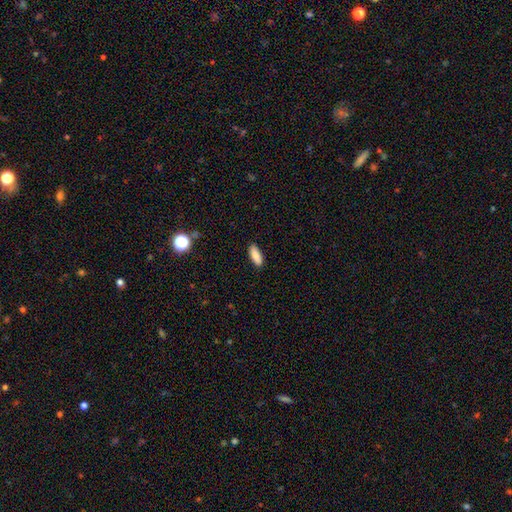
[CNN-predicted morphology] Q: Smooth or featured?
A: smooth (87%); runner-up: star or artifact (7%)
Q: How rounded?
A: in between (68%); runner-up: cigar-shaped (30%)
Q: Merging?
A: none (88%); runner-up: minor disturbance (9%)